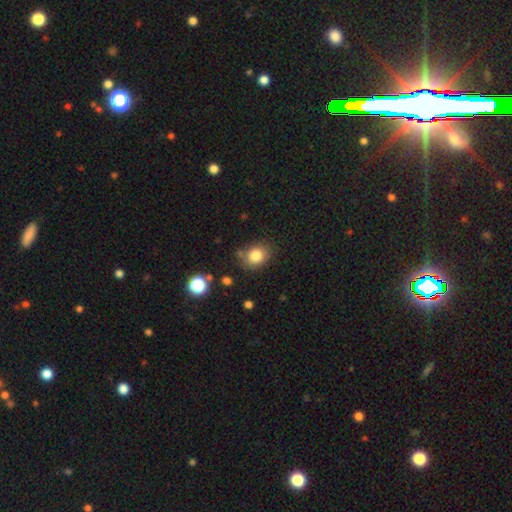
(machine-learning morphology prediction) This appears to be a smooth galaxy with no disk features (82%) that is round (57%). Merging: none (73%).